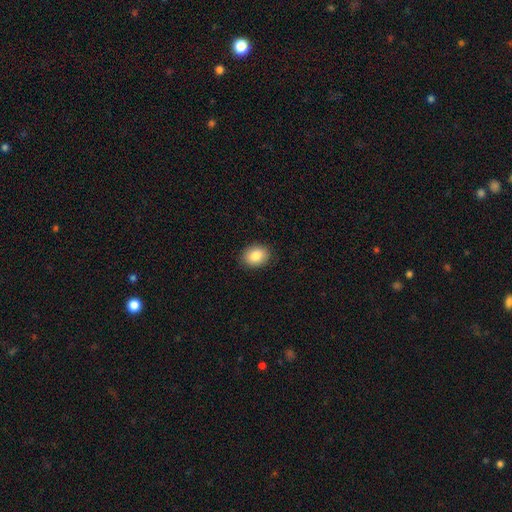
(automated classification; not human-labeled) Smooth or featured? smooth (86%)
How rounded? in between (63%)
Merging? none (90%)